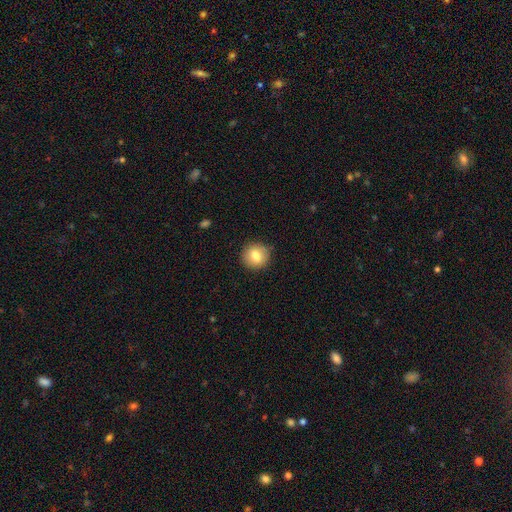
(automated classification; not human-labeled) Smooth or featured: smooth — 80% (featured or disk — 12%)
How rounded: round — 91% (in between — 8%)
Merging: none — 89% (minor disturbance — 8%)